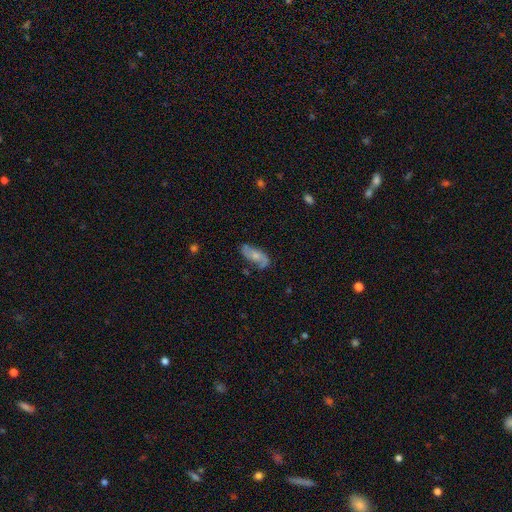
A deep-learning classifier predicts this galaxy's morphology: Smooth or featured? Predicted: featured or disk (p=0.57). Edge-on disk? Predicted: no (p=0.90). Bar? Predicted: no (p=0.68). Spiral arms? Predicted: yes (p=0.86). Bulge size? Predicted: small (p=0.44). Merging? Predicted: none (p=0.65).